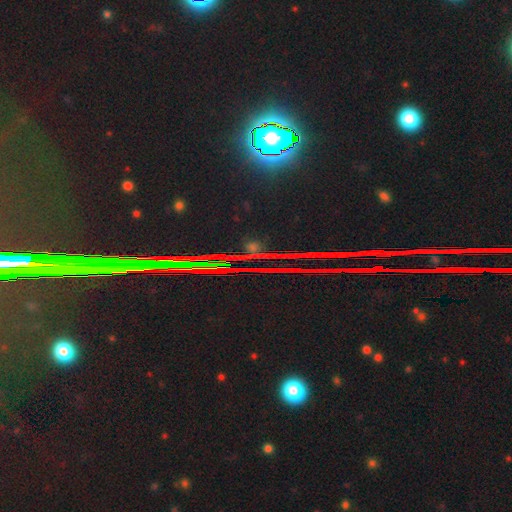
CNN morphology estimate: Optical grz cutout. It shows a star or artifact, not a galaxy (84%).